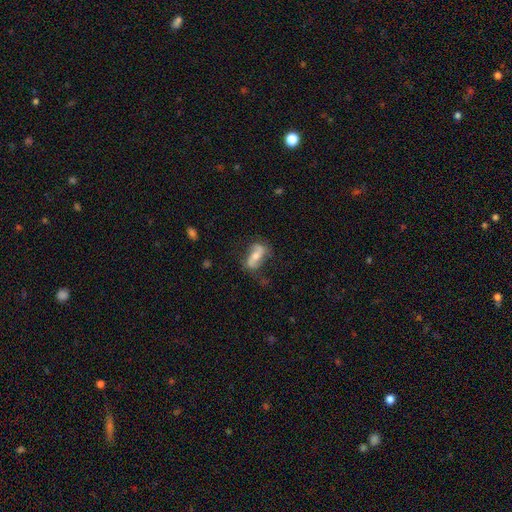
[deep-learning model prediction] Smooth or featured? Predicted: featured or disk (p=0.62). Edge-on disk? Predicted: no (p=0.88). Bar? Predicted: strong (p=0.37). Spiral arms? Predicted: yes (p=0.82). Bulge size? Predicted: moderate (p=0.58). Merging? Predicted: none (p=0.67).